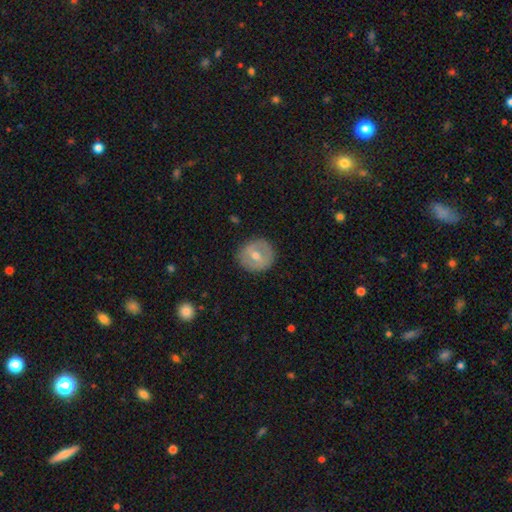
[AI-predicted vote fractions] A featured or disk galaxy (49%). Merging: none (87%).